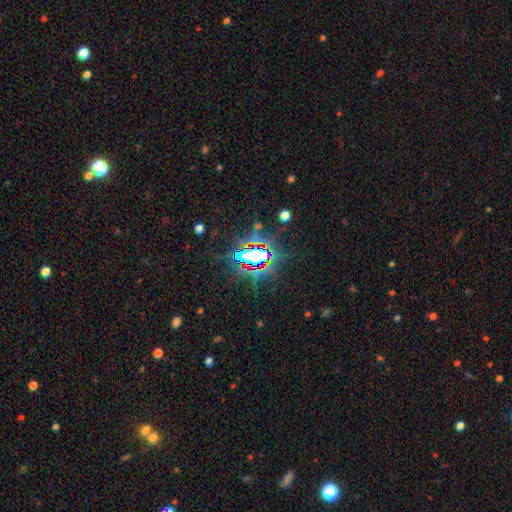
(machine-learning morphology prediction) A star or artifact, not a galaxy (71%).